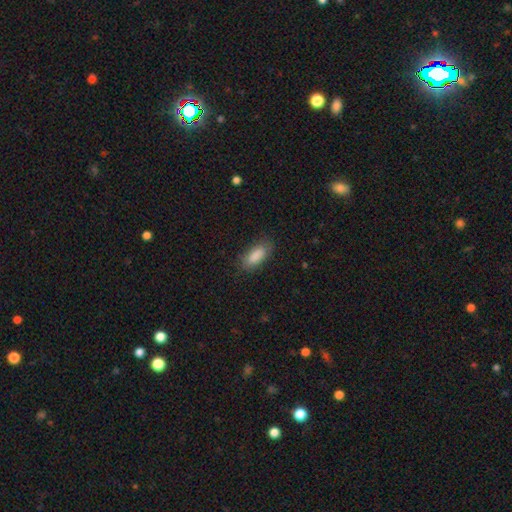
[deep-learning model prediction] Smooth or featured? Predicted: smooth (p=0.88). How rounded? Predicted: in between (p=0.84). Merging? Predicted: none (p=0.80).